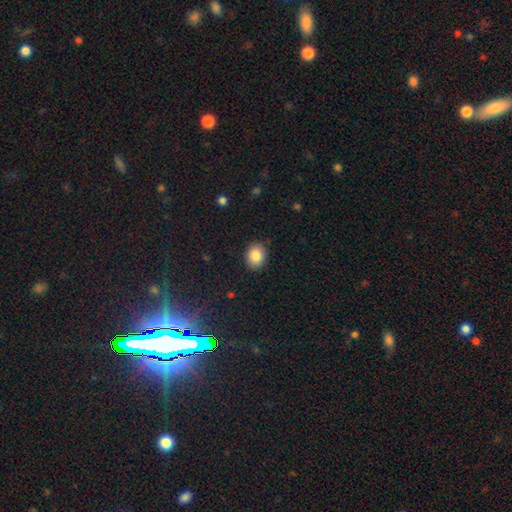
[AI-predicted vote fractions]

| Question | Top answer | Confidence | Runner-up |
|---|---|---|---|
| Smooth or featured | smooth | 85% | star or artifact (9%) |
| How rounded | in between | 52% | round (48%) |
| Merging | none | 88% | minor disturbance (8%) |